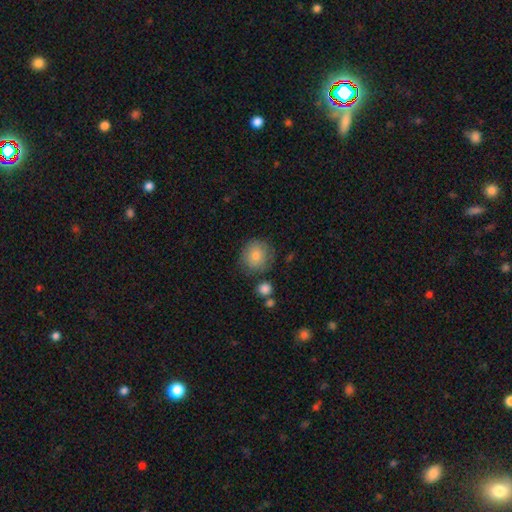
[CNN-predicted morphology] This appears to be a smooth galaxy with no disk features (80%) that is round (89%). Merging: none (79%).